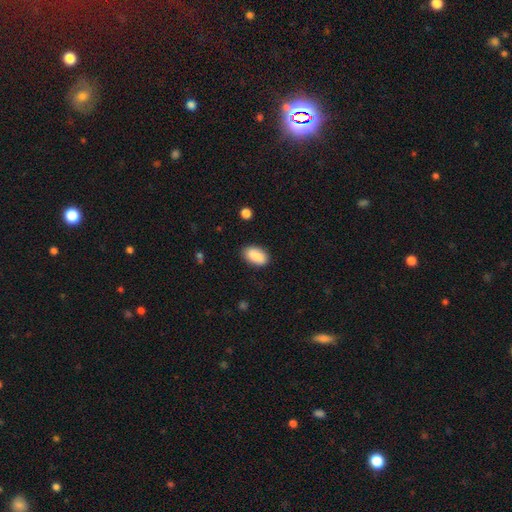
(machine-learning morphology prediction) Q: Smooth or featured?
A: smooth (87%); runner-up: star or artifact (7%)
Q: How rounded?
A: in between (92%); runner-up: round (5%)
Q: Merging?
A: none (84%); runner-up: minor disturbance (12%)